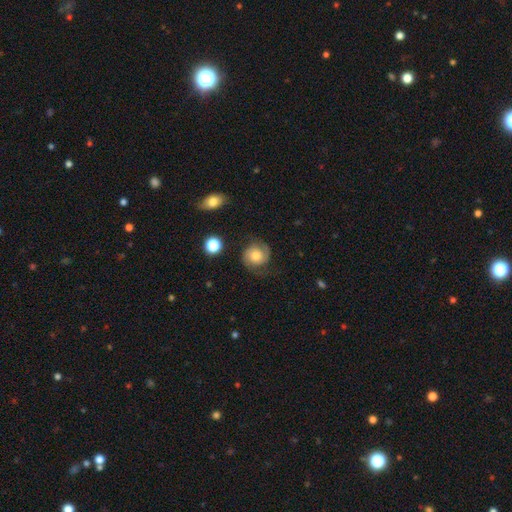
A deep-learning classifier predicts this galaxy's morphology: Overall: featured or disk (61%; smooth 30%). Edge-on disk: no (98%). Bar: no (76%). Spiral arms: yes (93%). Spiral arm count: 2 (86%). Spiral winding: medium (43%; tight 38%). Bulge size: moderate (58%; large 18%). Merging: none (72%).